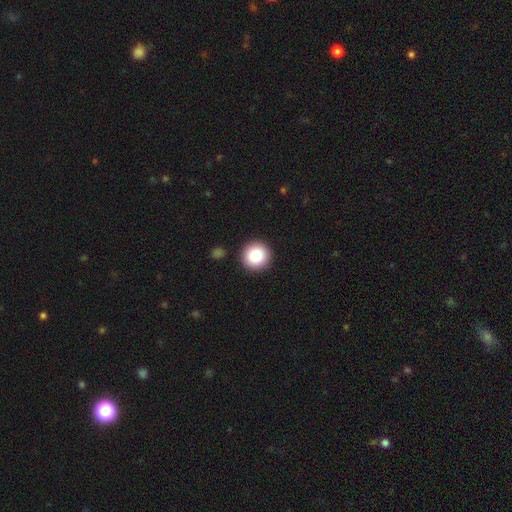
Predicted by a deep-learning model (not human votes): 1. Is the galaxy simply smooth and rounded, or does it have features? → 87% smooth, 8% star or artifact, 5% featured or disk.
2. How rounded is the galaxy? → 96% round, 4% in between, 1% cigar-shaped.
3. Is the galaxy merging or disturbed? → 91% none, 5% minor disturbance, 2% major disturbance, 2% merger.